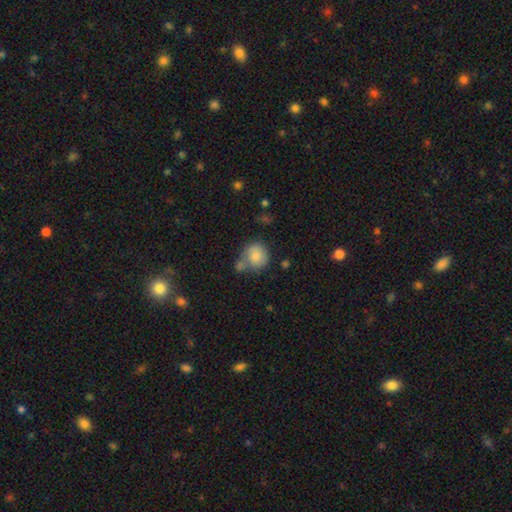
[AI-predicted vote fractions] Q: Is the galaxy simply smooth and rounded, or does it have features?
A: smooth — 81%.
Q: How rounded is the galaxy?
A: round — 81%.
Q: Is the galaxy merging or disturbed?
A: none — 46%.